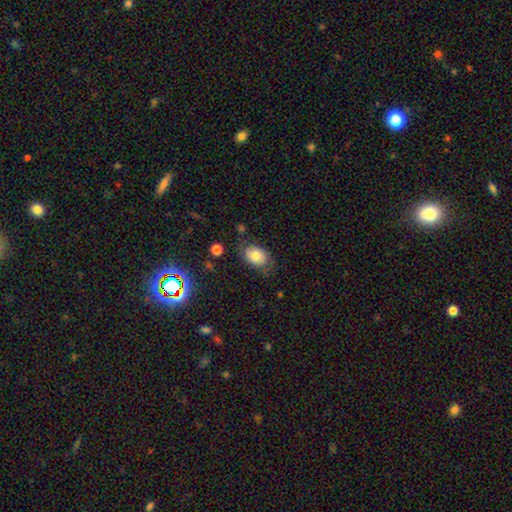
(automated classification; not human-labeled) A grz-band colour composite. It shows a smooth galaxy with no disk features (75%) that is in between round and cigar-shaped (78%). Merging: none (65%).